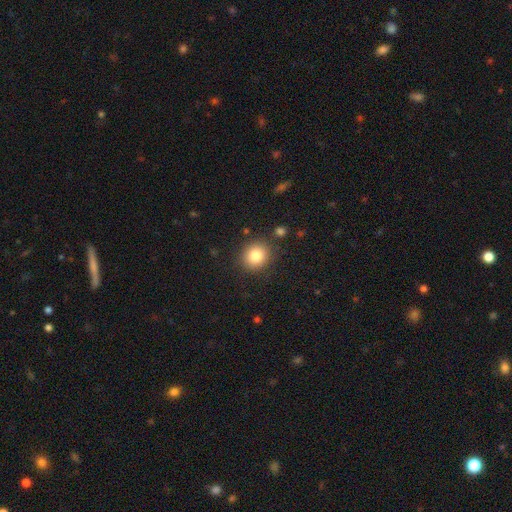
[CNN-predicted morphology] Overall: smooth (83%). How rounded: round (80%). Merging: none (86%).